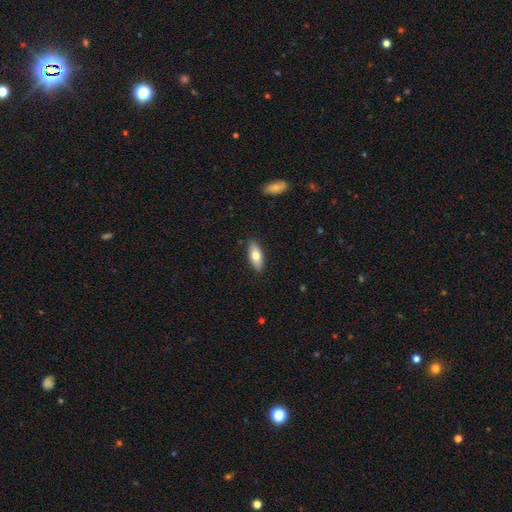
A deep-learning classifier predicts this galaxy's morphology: Smooth or featured? smooth (72%)
How rounded? in between (81%)
Merging? none (88%)